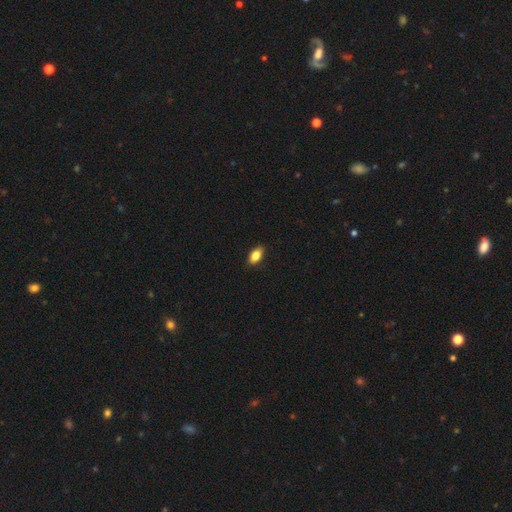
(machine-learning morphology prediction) A smooth galaxy with no disk features (85%) that is in between round and cigar-shaped (90%).

Vote fractions:
- Smooth or featured? smooth: 85% / star or artifact: 8% / featured or disk: 7%
- How rounded? in between: 90% / round: 6% / cigar-shaped: 4%
- Merging? none: 88% / minor disturbance: 9% / major disturbance: 2% / merger: 1%